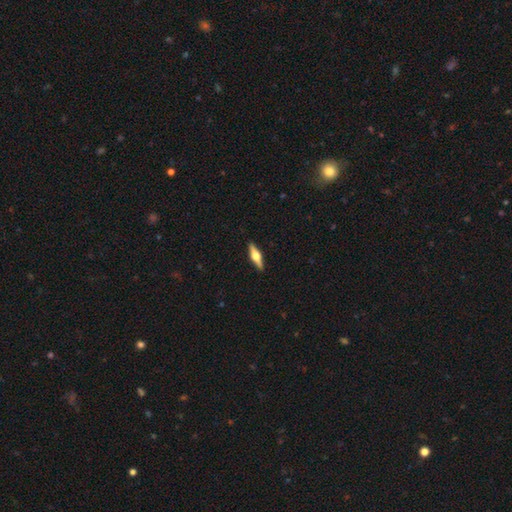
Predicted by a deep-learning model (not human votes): Smooth or featured?
  - featured or disk: 68% *
  - smooth: 26%
  - star or artifact: 5%
Edge-on disk?
  - yes: 97% *
  - no: 3%
Edge-on bulge?
  - rounded: 95% *
  - boxy: 4%
  - none: 1%
Merging?
  - none: 91% *
  - minor disturbance: 6%
  - major disturbance: 1%
  - merger: 1%